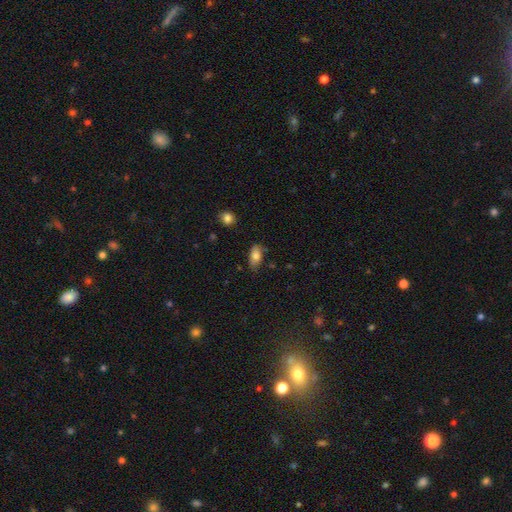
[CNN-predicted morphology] A smooth galaxy with no disk features (80%) that is in between round and cigar-shaped (88%).

Vote fractions:
- Smooth or featured? smooth: 80% / featured or disk: 12% / star or artifact: 8%
- How rounded? in between: 88% / cigar-shaped: 8% / round: 4%
- Merging? none: 75% / minor disturbance: 19% / major disturbance: 4% / merger: 2%